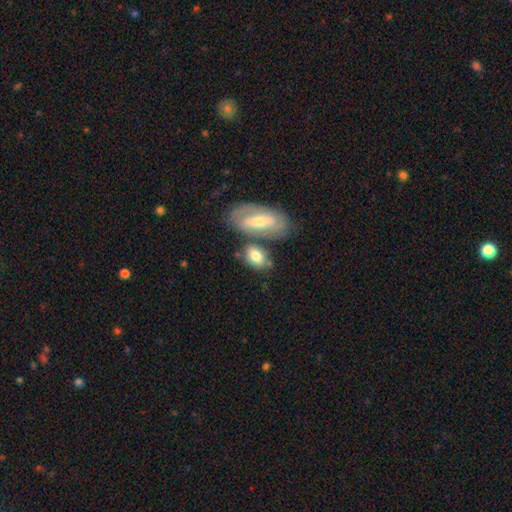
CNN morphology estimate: Smooth or featured?
  - smooth: 68% *
  - featured or disk: 26%
  - star or artifact: 6%
How rounded?
  - in between: 80% *
  - round: 16%
  - cigar-shaped: 4%
Merging?
  - none: 50% *
  - merger: 29%
  - minor disturbance: 16%
  - major disturbance: 6%